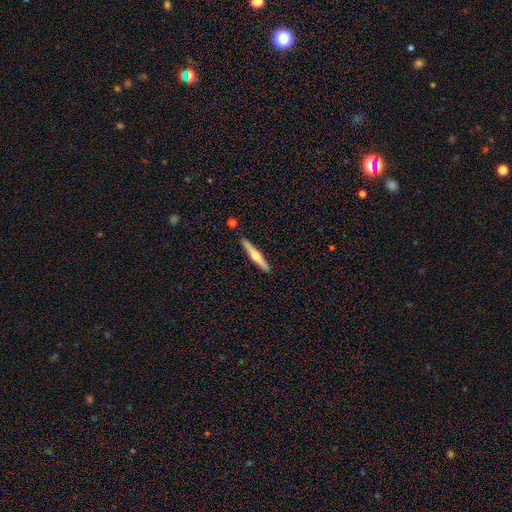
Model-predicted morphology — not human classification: Q: Smooth or featured?
A: featured or disk (58%); runner-up: smooth (37%)
Q: Edge-on disk?
A: yes (97%); runner-up: no (3%)
Q: Edge-on bulge?
A: rounded (87%); runner-up: none (8%)
Q: Merging?
A: none (89%); runner-up: minor disturbance (7%)